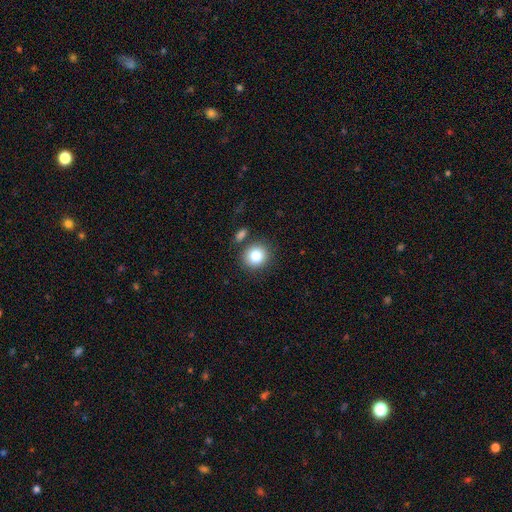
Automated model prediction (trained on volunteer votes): A smooth galaxy with no disk features (83%) that is round (83%).

Vote fractions:
- Smooth or featured? smooth: 83% / star or artifact: 10% / featured or disk: 7%
- How rounded? round: 83% / in between: 16% / cigar-shaped: 1%
- Merging? none: 79% / minor disturbance: 9% / merger: 8% / major disturbance: 3%